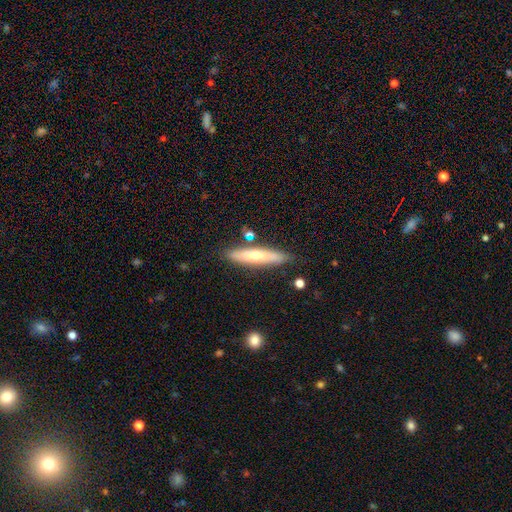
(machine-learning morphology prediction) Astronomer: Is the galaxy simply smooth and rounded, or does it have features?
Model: smooth — 49% (runner-up: featured or disk, 44%).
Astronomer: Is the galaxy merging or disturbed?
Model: none — 81%.